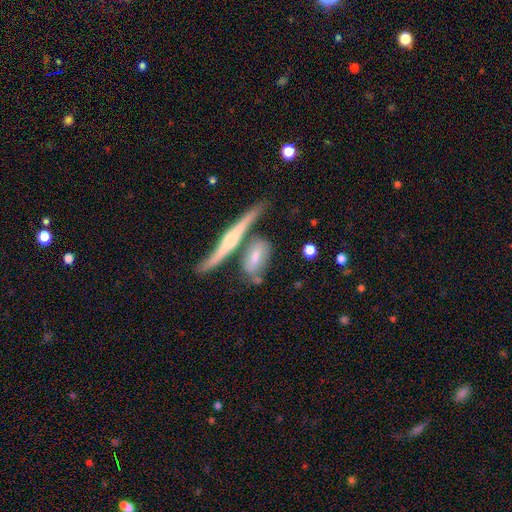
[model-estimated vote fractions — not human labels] Smooth or featured: smooth — 50% (featured or disk — 44%)
Merging: none — 51% (merger — 27%)